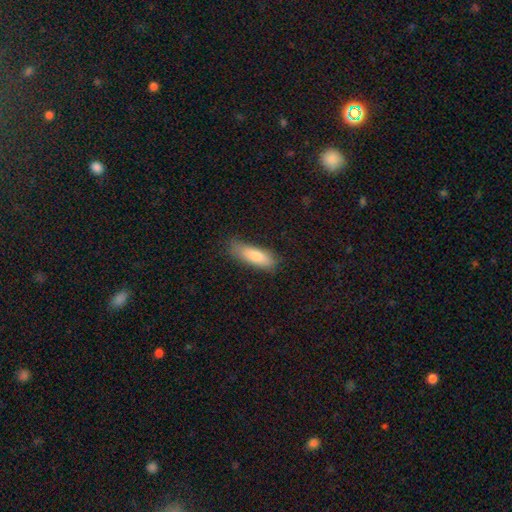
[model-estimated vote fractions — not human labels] Smooth or featured? smooth (82%)
How rounded? in between (49%, tied with cigar-shaped)
Merging? none (70%)